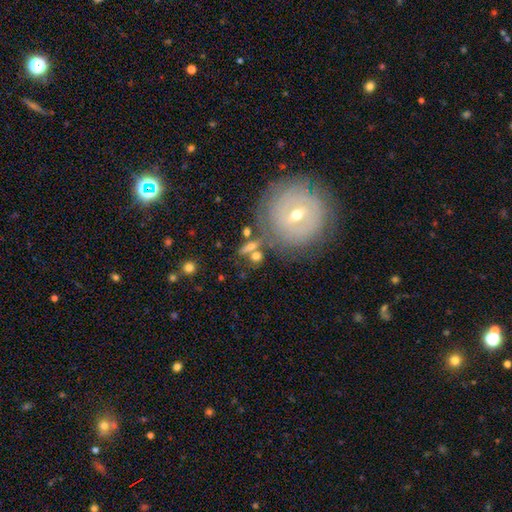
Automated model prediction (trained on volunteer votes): A smooth galaxy with no disk features (56%) that is round (47%).

Vote fractions:
- Smooth or featured? smooth: 56% / featured or disk: 31% / star or artifact: 13%
- How rounded? round: 47% / in between: 39% / cigar-shaped: 15%
- Merging? none: 58% / merger: 21% / minor disturbance: 13% / major disturbance: 7%